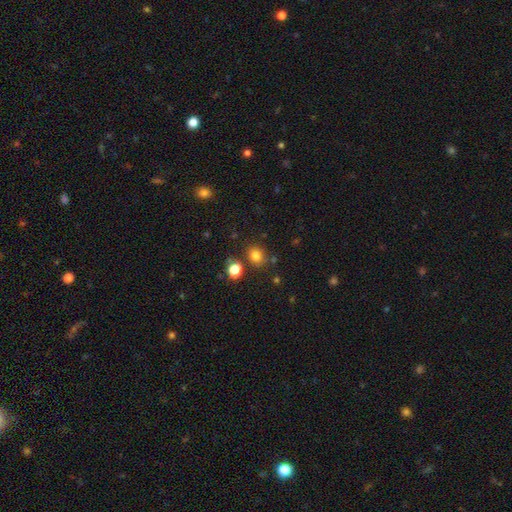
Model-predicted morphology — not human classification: Smooth or featured? Predicted: smooth (p=0.80). How rounded? Predicted: round (p=0.69). Merging? Predicted: none (p=0.77).